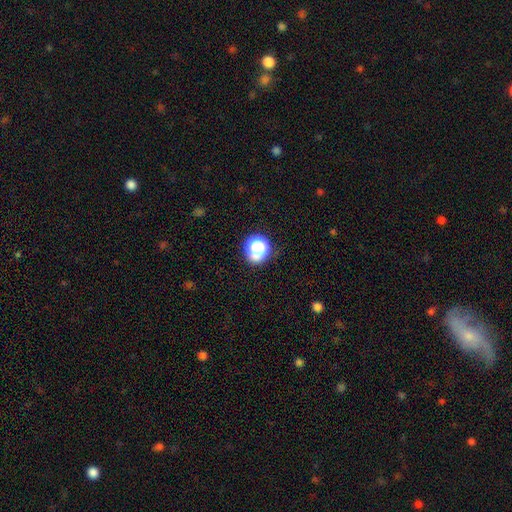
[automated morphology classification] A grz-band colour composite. It shows a smooth galaxy with no disk features (65%) that is round (81%). Merging: none (76%).